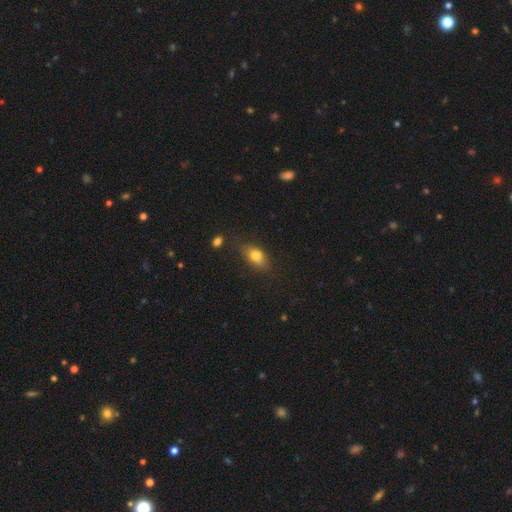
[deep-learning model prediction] Smooth or featured? smooth (77%)
How rounded? in between (81%)
Merging? none (72%)